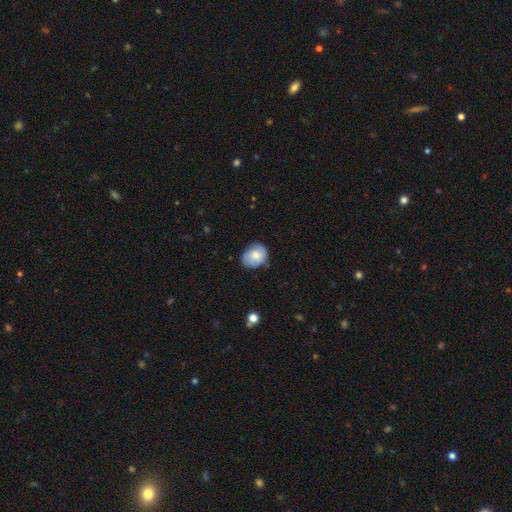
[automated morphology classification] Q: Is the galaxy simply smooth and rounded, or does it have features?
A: smooth — 71%.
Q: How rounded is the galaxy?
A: round — 50%.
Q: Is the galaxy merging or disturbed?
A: none — 73%.